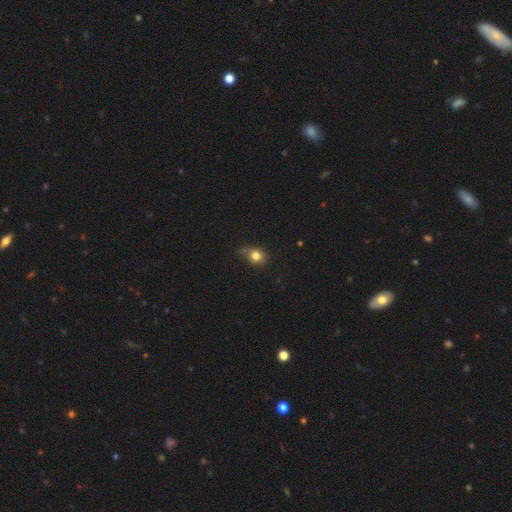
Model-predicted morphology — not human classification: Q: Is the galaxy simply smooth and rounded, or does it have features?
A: smooth — 80%.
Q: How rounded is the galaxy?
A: round — 69%.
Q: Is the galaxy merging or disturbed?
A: none — 54%.